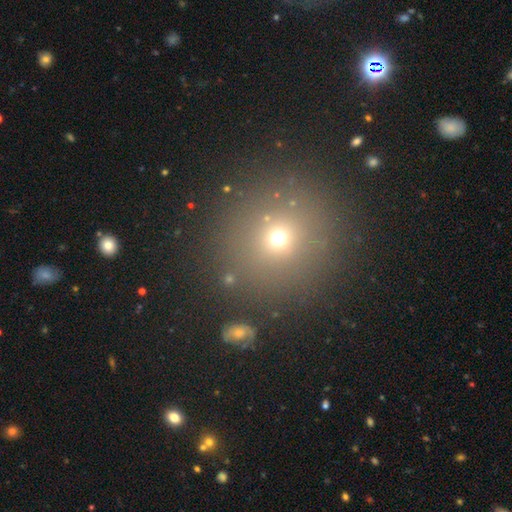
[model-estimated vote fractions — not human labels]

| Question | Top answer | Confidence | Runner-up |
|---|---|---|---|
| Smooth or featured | smooth | 60% | star or artifact (30%) |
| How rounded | round | 94% | in between (5%) |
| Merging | none | 89% | minor disturbance (6%) |